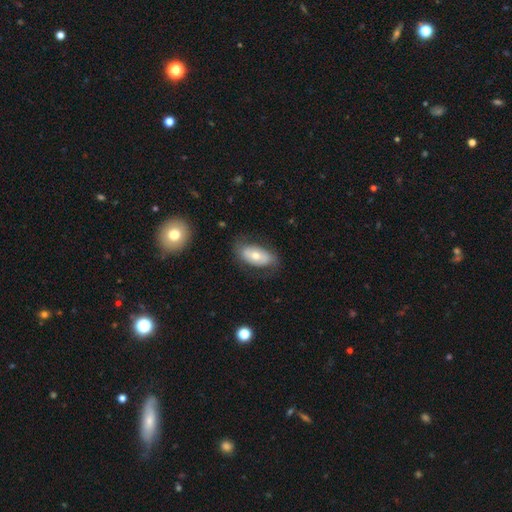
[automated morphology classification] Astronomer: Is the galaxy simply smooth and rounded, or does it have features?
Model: smooth — 54% (runner-up: featured or disk, 40%).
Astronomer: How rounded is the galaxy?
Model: in between — 92%.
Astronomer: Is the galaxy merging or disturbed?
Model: none — 70%.